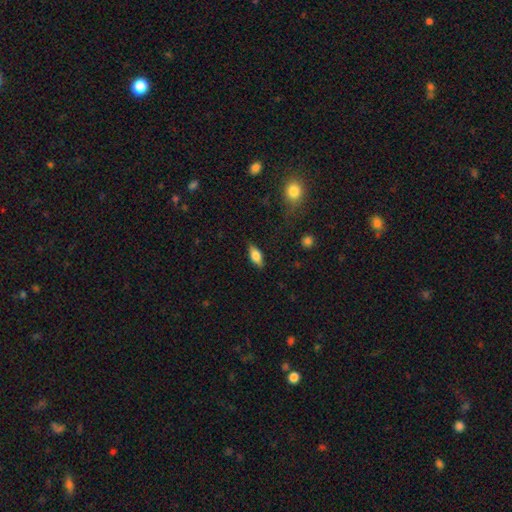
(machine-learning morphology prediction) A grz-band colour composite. It shows a smooth galaxy with no disk features (68%) that is in between round and cigar-shaped (80%). Merging: none (84%).